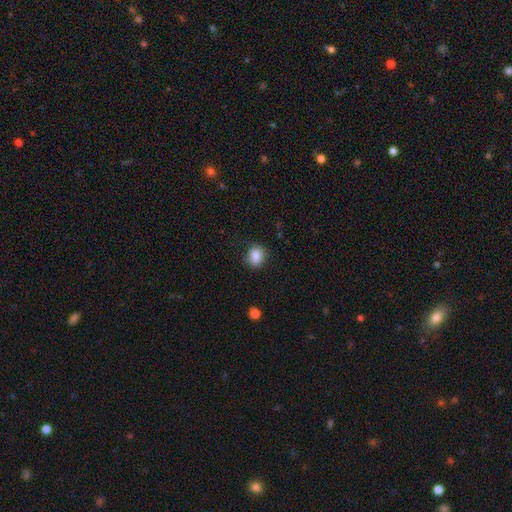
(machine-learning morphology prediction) A smooth galaxy with no disk features (84%) that is round (64%). Merging: none (85%).